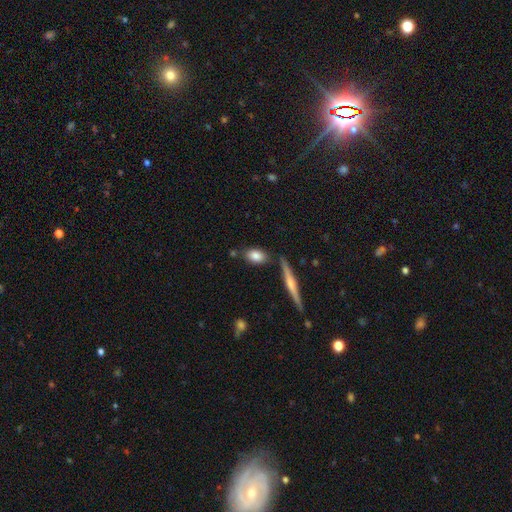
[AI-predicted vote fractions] Smooth or featured?
  - smooth: 81% *
  - featured or disk: 12%
  - star or artifact: 7%
How rounded?
  - in between: 85% *
  - cigar-shaped: 8%
  - round: 7%
Merging?
  - none: 74% *
  - minor disturbance: 13%
  - merger: 9%
  - major disturbance: 3%